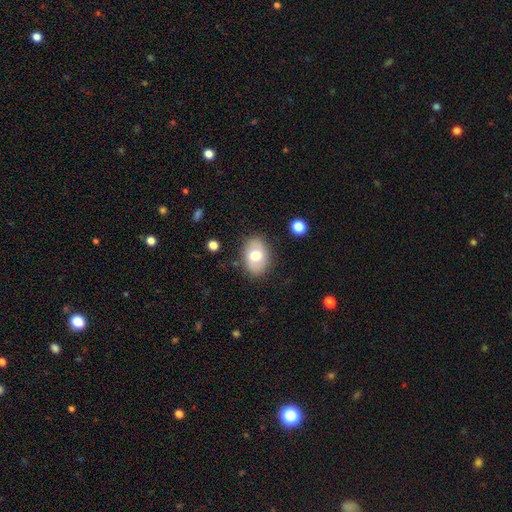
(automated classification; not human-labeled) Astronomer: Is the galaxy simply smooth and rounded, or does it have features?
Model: smooth — 64%.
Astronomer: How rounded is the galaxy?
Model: in between — 79%.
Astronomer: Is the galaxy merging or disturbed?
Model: none — 82%.